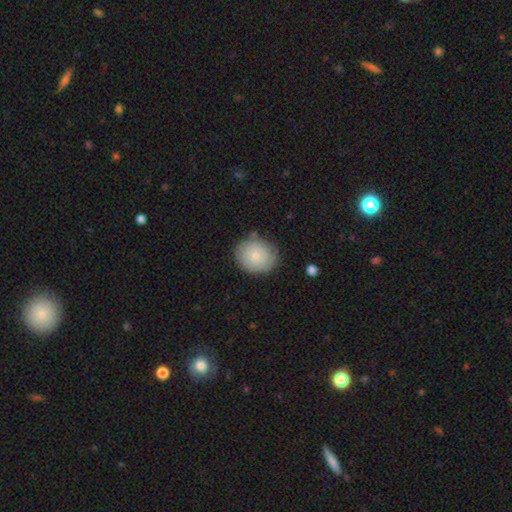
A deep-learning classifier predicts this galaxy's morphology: Smooth or featured: smooth — 76% (featured or disk — 17%)
How rounded: round — 70% (in between — 30%)
Merging: none — 78% (minor disturbance — 16%)